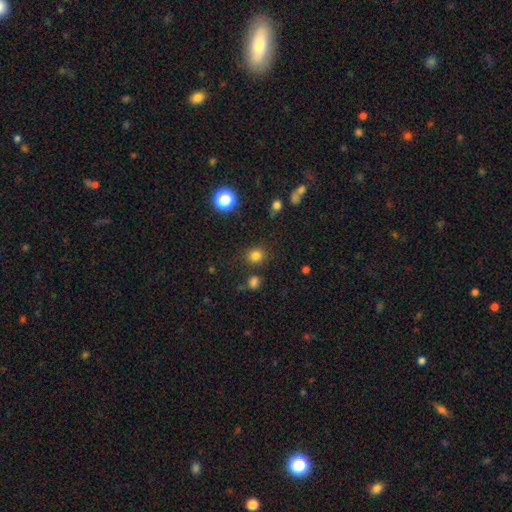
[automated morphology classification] Smooth or featured? smooth (80%)
How rounded? round (84%)
Merging? none (84%)